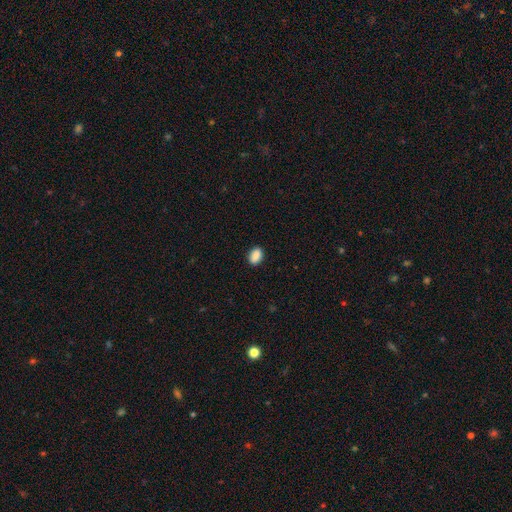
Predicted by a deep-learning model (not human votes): Overall: smooth (89%). How rounded: in between (82%). Merging: none (88%).